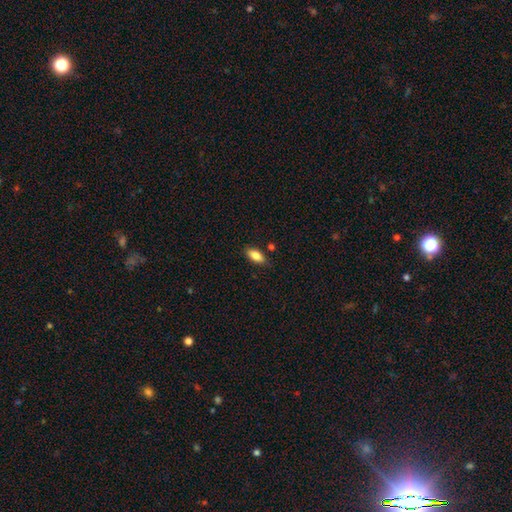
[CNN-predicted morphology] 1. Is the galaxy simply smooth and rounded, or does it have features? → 81% smooth, 11% featured or disk, 7% star or artifact.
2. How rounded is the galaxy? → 84% in between, 14% cigar-shaped, 2% round.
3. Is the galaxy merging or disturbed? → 84% none, 11% minor disturbance, 3% merger, 2% major disturbance.